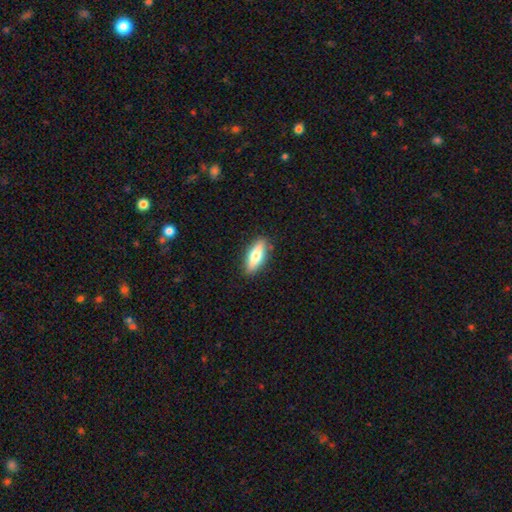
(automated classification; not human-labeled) Morphology: type=smooth (63%); roundness=in between (60%); merging=none (88%).